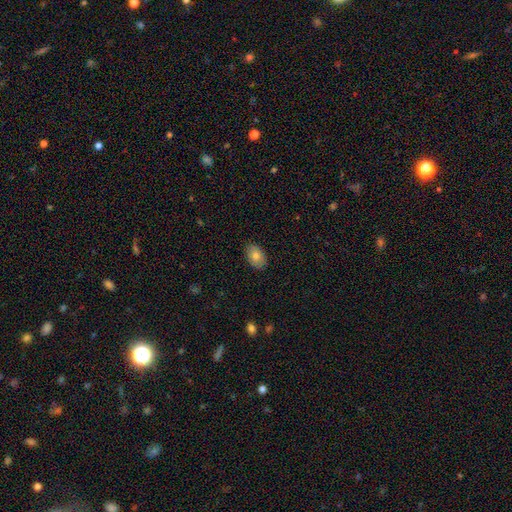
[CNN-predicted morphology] smooth_or_featured: smooth (p=0.79) [alt: featured or disk p=0.13]
how_rounded: in between (p=0.88) [alt: round p=0.11]
merging: none (p=0.88) [alt: minor disturbance p=0.09]